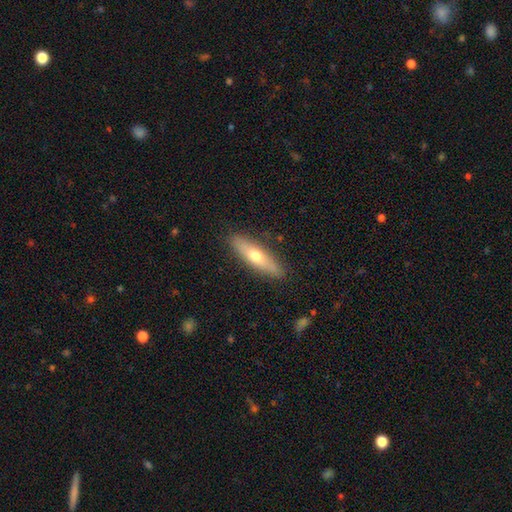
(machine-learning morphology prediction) smooth 57%, featured or disk 37%, star or artifact 6%. Down the decision tree: how rounded — cigar-shaped (69%); merging — none (88%).